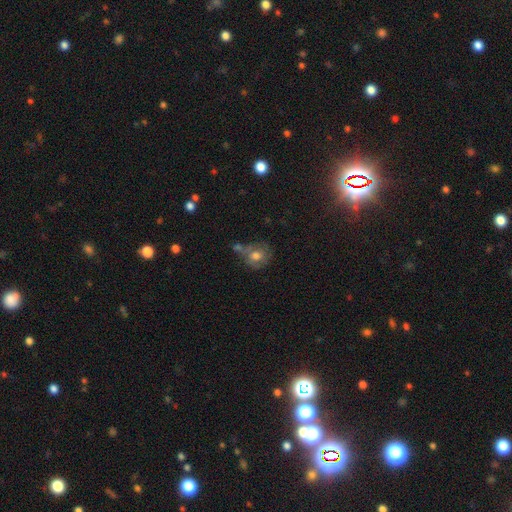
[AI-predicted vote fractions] smooth-or-featured: smooth: 63% | featured or disk: 27% | star or artifact: 10%
  how-rounded: round: 77% | in between: 21% | cigar-shaped: 1%
  merging: none: 46% | merger: 22% | minor disturbance: 21% | major disturbance: 11%